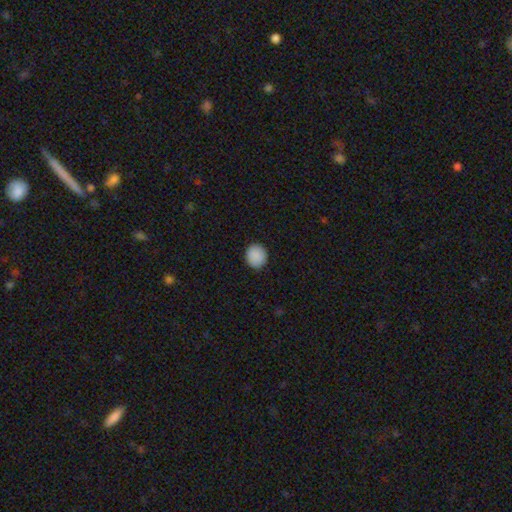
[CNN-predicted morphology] A smooth galaxy with no disk features (90%) that is round (86%). Merging: none (91%).